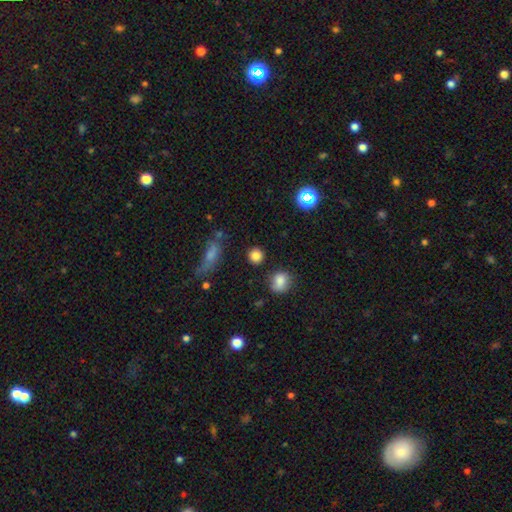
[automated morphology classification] Smooth or featured: smooth — 84% (star or artifact — 11%)
How rounded: round — 88% (in between — 10%)
Merging: none — 84% (minor disturbance — 8%)